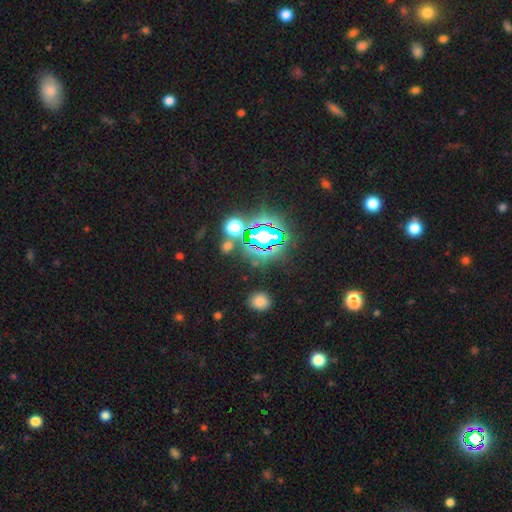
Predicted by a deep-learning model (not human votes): smooth-or-featured: star or artifact: 79% | smooth: 13% | featured or disk: 8%